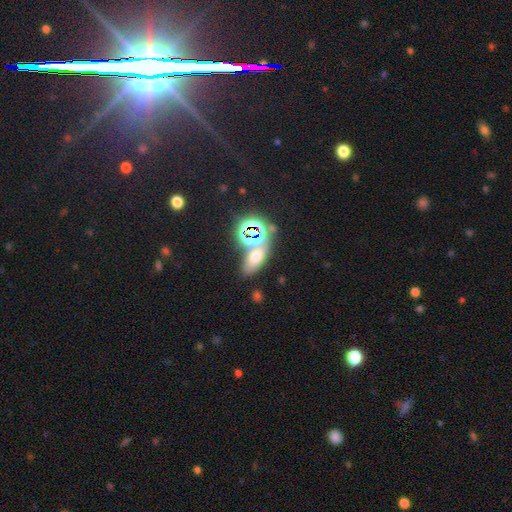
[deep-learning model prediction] The model was most divided on "smooth or featured": smooth: 52%, star or artifact: 35%, featured or disk: 12%. More confident: how rounded — in between (76%); merging — none (63%).